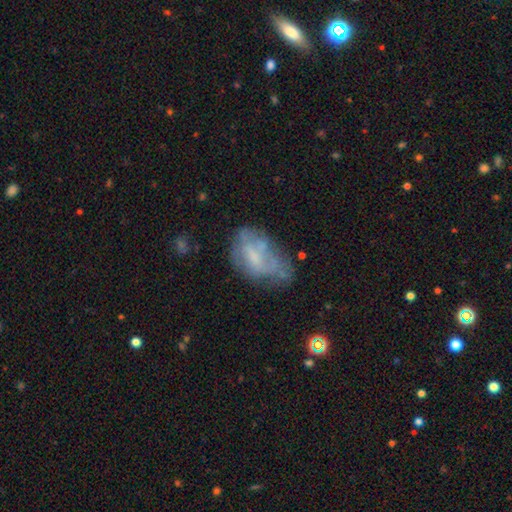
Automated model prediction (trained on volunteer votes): featured or disk 46%, smooth 43%, star or artifact 11%. Down the decision tree: merging — none (35%).